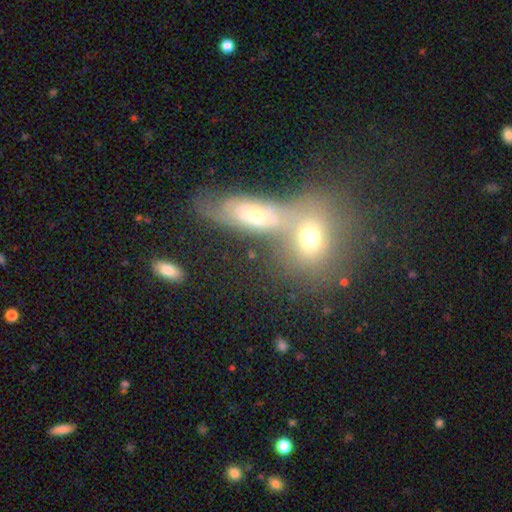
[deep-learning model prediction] A smooth galaxy with no disk features (47%). Merging: merger (50%).